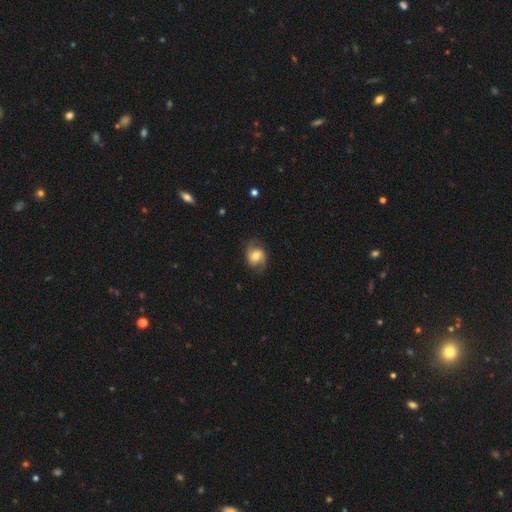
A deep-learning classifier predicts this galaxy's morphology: smooth 46%, featured or disk 45%, star or artifact 9%. Down the decision tree: merging — none (72%).